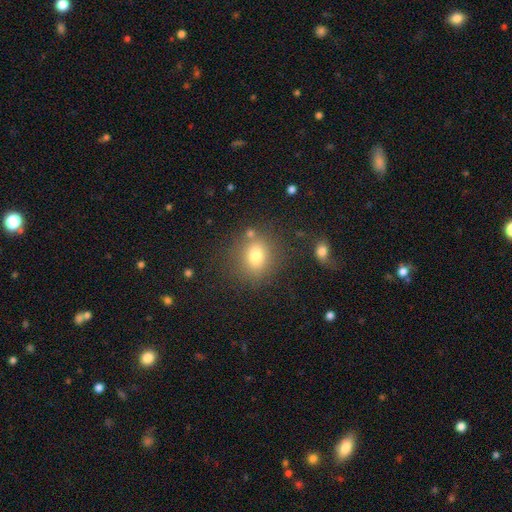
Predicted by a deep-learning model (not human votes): Smooth or featured: smooth — 76% (star or artifact — 13%)
How rounded: round — 70% (in between — 29%)
Merging: none — 78% (minor disturbance — 11%)